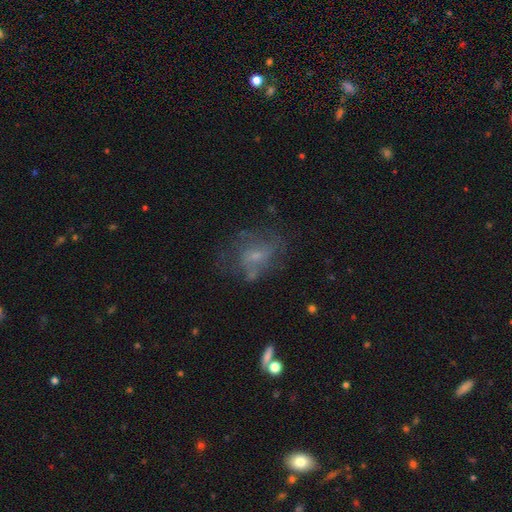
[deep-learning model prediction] Morphology: type=featured or disk (51%); edge-on=no (96%); merging=none (48%).